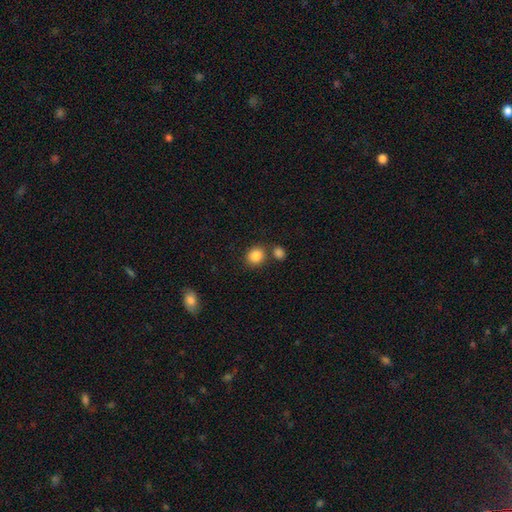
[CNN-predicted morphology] Smooth or featured? smooth (86%)
How rounded? round (78%)
Merging? none (73%)